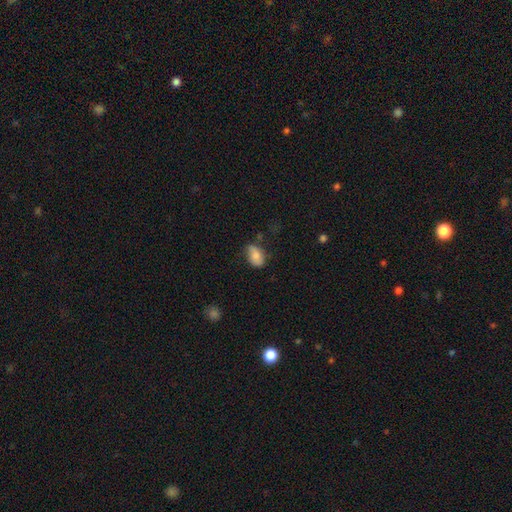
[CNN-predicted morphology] A smooth galaxy with no disk features (77%) that is in between round and cigar-shaped (88%).

Vote fractions:
- Smooth or featured? smooth: 77% / featured or disk: 16% / star or artifact: 8%
- How rounded? in between: 88% / round: 10% / cigar-shaped: 2%
- Merging? none: 61% / minor disturbance: 30% / major disturbance: 7% / merger: 2%